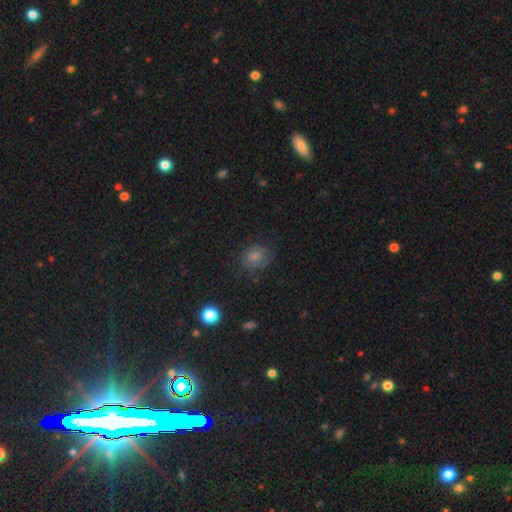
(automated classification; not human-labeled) A smooth galaxy with no disk features (54%) that is round (56%).

Vote fractions:
- Smooth or featured? smooth: 54% / star or artifact: 25% / featured or disk: 21%
- How rounded? round: 56% / in between: 42% / cigar-shaped: 1%
- Merging? none: 75% / minor disturbance: 17% / major disturbance: 7% / merger: 1%